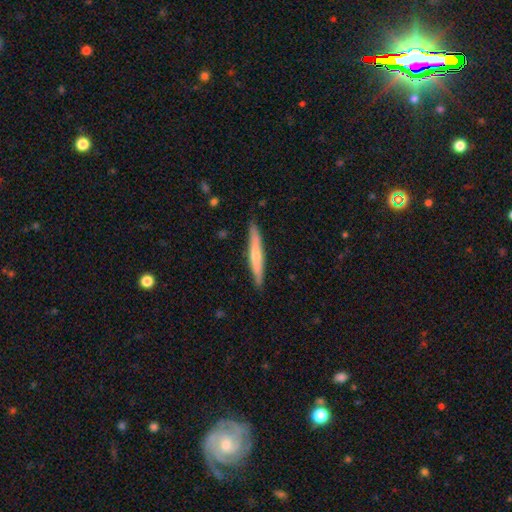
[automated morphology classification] A smooth galaxy with no disk features (48%). Merging: none (89%).